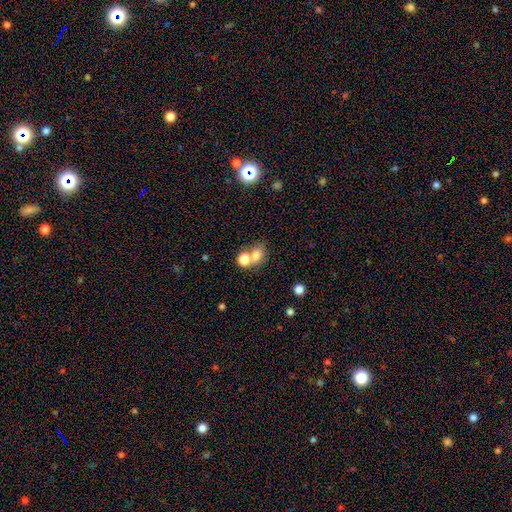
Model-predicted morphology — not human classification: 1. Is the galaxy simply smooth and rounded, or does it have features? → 75% smooth, 13% star or artifact, 12% featured or disk.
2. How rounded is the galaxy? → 51% round, 48% in between, 1% cigar-shaped.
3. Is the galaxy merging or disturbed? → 49% merger, 39% none, 8% minor disturbance, 4% major disturbance.